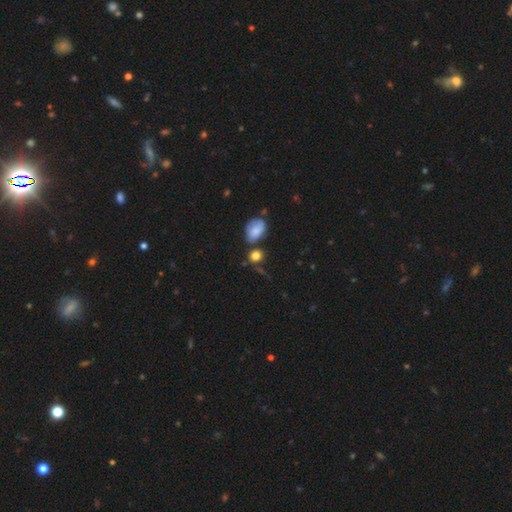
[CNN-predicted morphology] Smooth or featured? smooth (77%)
How rounded? round (65%)
Merging? none (62%)